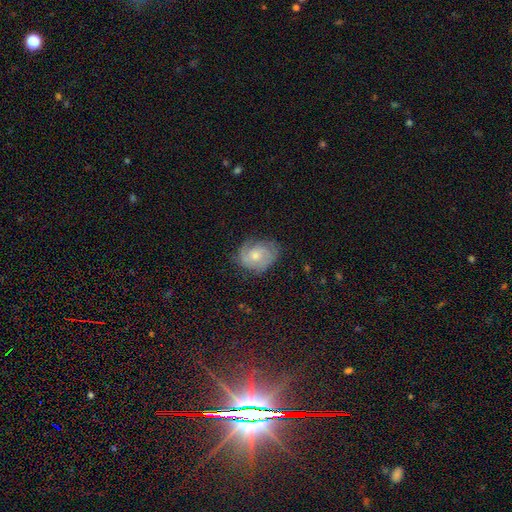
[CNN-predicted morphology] smooth-or-featured: featured or disk: 62% | smooth: 30% | star or artifact: 8%
  disk-edge-on: no: 97% | yes: 3%
    bar: no: 74% | weak: 23% | strong: 3%
    has-spiral-arms: yes: 88% | no: 12%
      spiral-winding: tight: 50% | medium: 37% | loose: 13%
      spiral-arm-count: 2: 45% | can't tell: 29% | 3: 13% | 1: 6% | 4: 3% | more than 4: 3%
    bulge-size: moderate: 52% | small: 40% | large: 4% | none: 3% | dominant: 1%
  merging: none: 67% | minor disturbance: 23% | major disturbance: 8% | merger: 1%